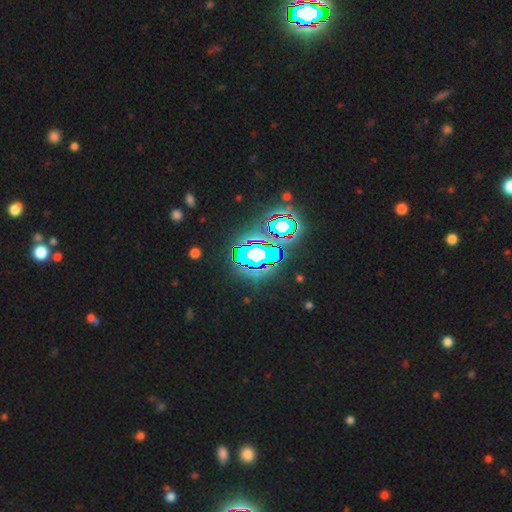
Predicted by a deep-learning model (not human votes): star or artifact 70%, featured or disk 16%, smooth 13%.